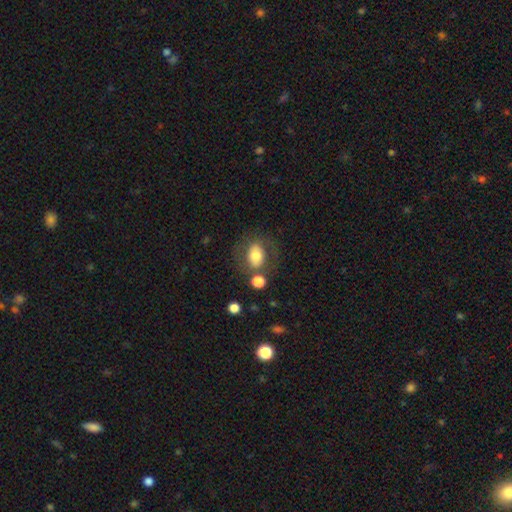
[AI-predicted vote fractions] The model was most divided on "how rounded": in between: 67%, round: 31%, cigar-shaped: 2%. More confident: smooth or featured — smooth (69%); merging — none (63%).